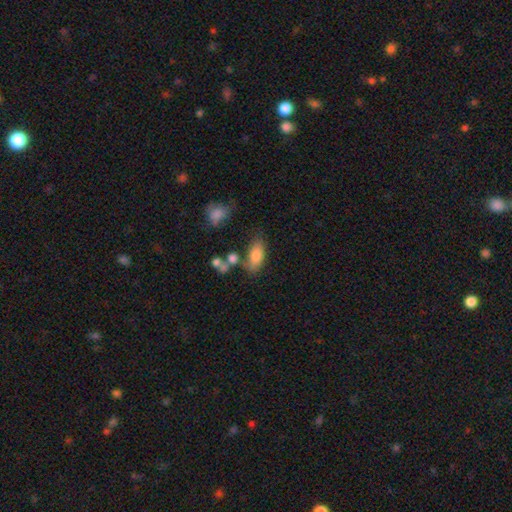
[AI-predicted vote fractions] This is likely a smooth galaxy (79%). How rounded: clearly in between (86%). Merging: possibly none (57%).